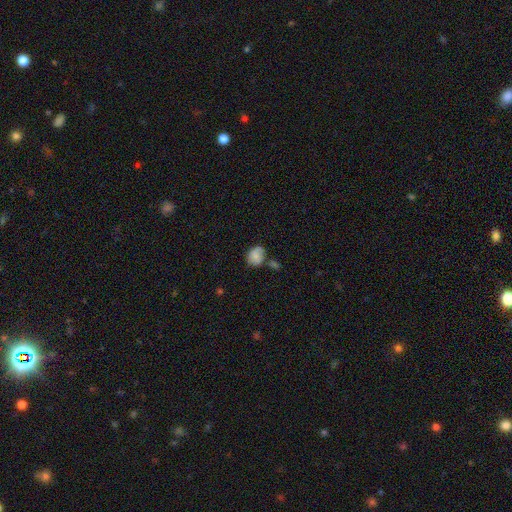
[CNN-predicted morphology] smooth 74%, featured or disk 17%, star or artifact 9%. Down the decision tree: how rounded — round (58%); merging — none (53%).